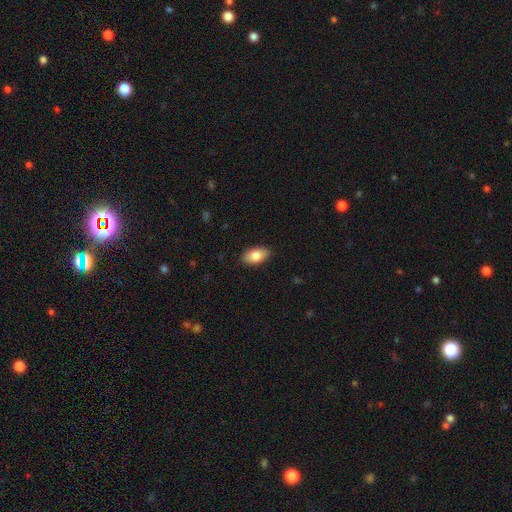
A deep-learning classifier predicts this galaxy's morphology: Smooth or featured? smooth (86%)
How rounded? in between (93%)
Merging? none (87%)